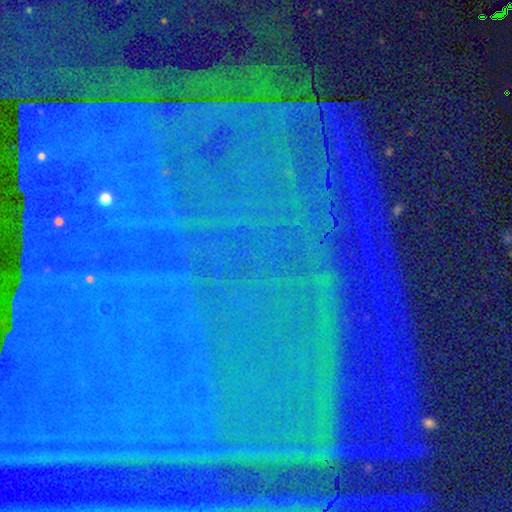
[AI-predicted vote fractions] A star or artifact, not a galaxy (87%).

Vote fractions:
- Smooth or featured? star or artifact: 87% / featured or disk: 7% / smooth: 6%